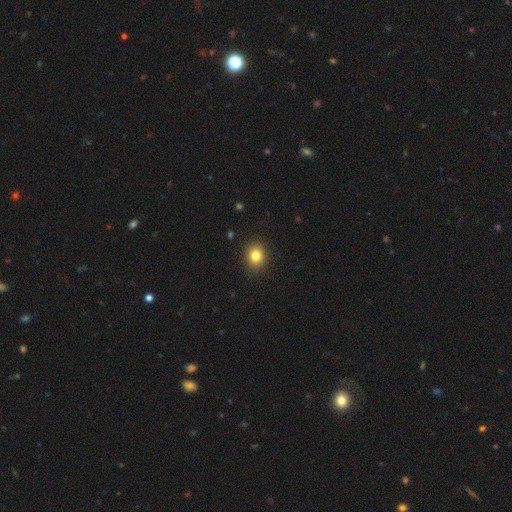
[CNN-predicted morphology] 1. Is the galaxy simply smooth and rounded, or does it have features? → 82% smooth, 11% star or artifact, 7% featured or disk.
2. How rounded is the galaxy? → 66% round, 33% in between, 1% cigar-shaped.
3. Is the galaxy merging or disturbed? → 90% none, 7% minor disturbance, 2% major disturbance, 1% merger.